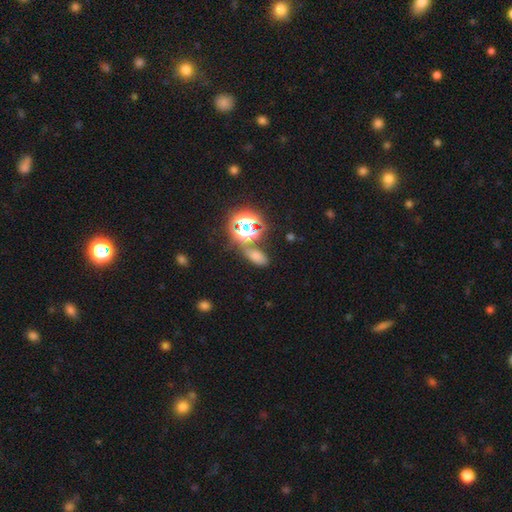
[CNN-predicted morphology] A smooth galaxy with no disk features (57%) that is in between round and cigar-shaped (83%). Merging: none (65%).